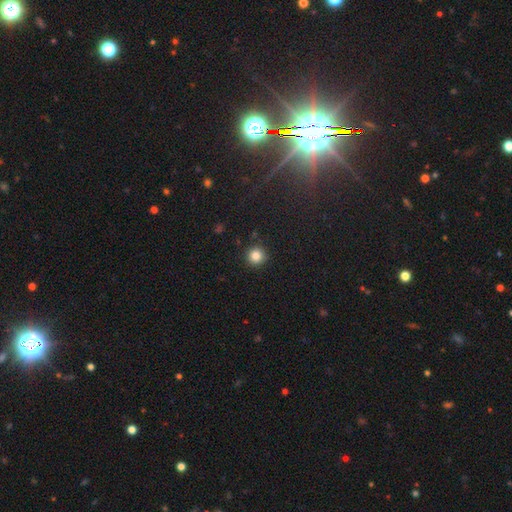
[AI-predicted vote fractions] Smooth or featured? Predicted: smooth (p=0.84). How rounded? Predicted: round (p=0.95). Merging? Predicted: none (p=0.91).